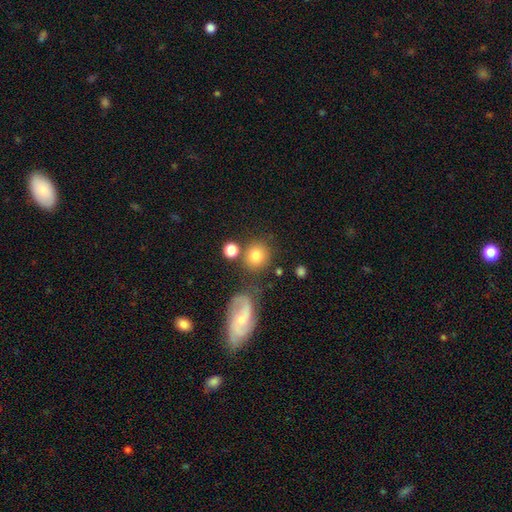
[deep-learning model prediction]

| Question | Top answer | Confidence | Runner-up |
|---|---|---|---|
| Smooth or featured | smooth | 77% | featured or disk (12%) |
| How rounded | round | 82% | in between (17%) |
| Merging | none | 67% | merger (15%) |